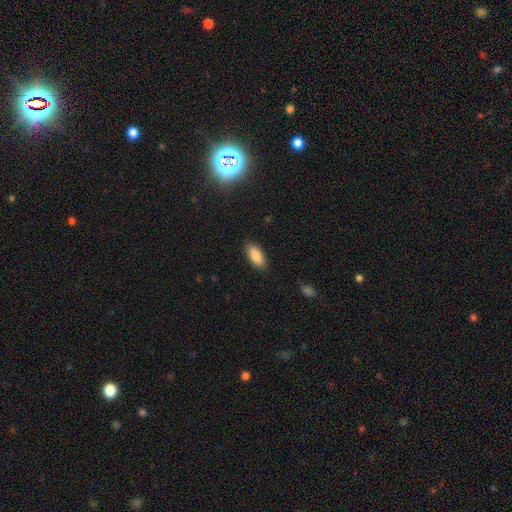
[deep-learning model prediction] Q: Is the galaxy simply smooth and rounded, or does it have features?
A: smooth — 88%.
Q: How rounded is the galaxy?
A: in between — 83%.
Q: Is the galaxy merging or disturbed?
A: none — 87%.